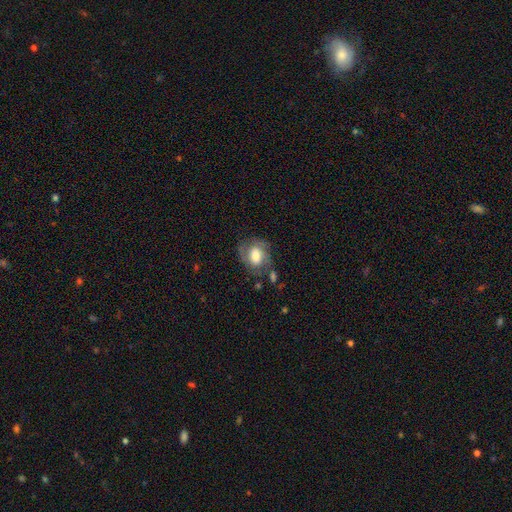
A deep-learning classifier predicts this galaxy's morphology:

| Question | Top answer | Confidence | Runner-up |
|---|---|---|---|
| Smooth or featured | smooth | 50% | featured or disk (42%) |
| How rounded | in between | 58% | round (40%) |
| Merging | none | 58% | minor disturbance (24%) |